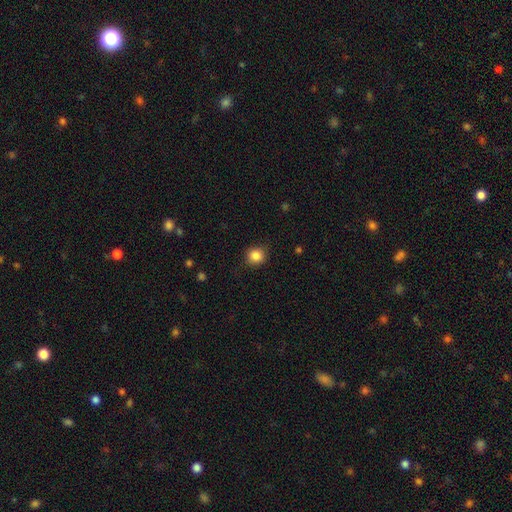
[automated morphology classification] type=smooth (86%); roundness=round (85%); merging=none (86%).